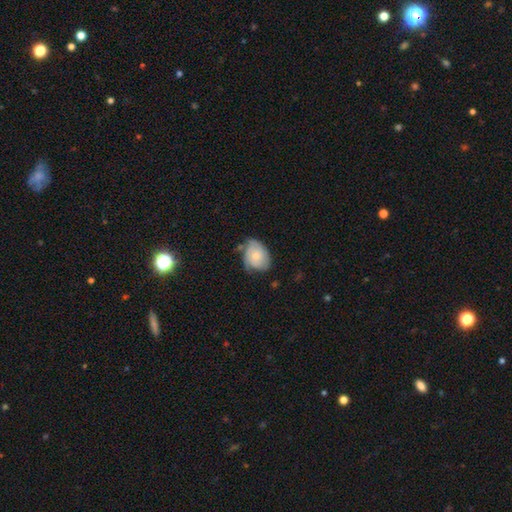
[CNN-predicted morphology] This is possibly a smooth galaxy (55%). How rounded: likely in between (66%). Merging: possibly none (47%).